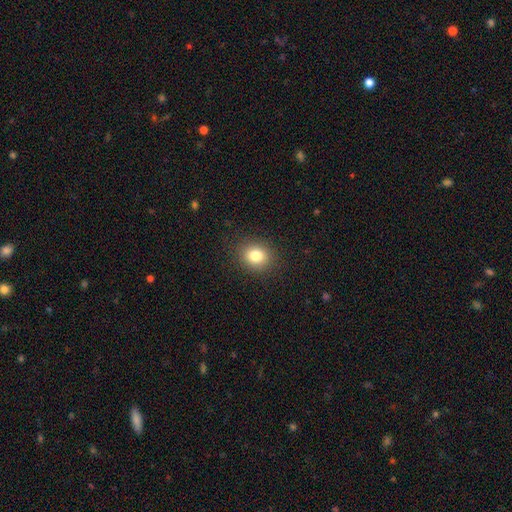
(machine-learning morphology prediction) smooth-or-featured: smooth: 81% | star or artifact: 11% | featured or disk: 7%
  how-rounded: round: 64% | in between: 35% | cigar-shaped: 1%
  merging: none: 88% | minor disturbance: 8% | major disturbance: 3% | merger: 1%